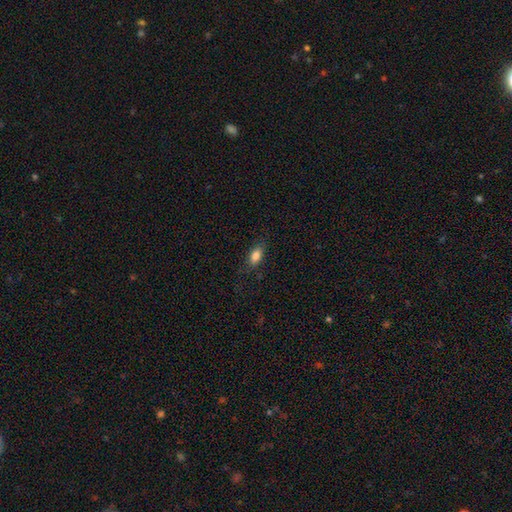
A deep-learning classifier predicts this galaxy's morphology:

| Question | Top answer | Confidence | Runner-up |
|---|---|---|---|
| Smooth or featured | smooth | 83% | featured or disk (9%) |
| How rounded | in between | 84% | cigar-shaped (11%) |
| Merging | none | 78% | minor disturbance (16%) |